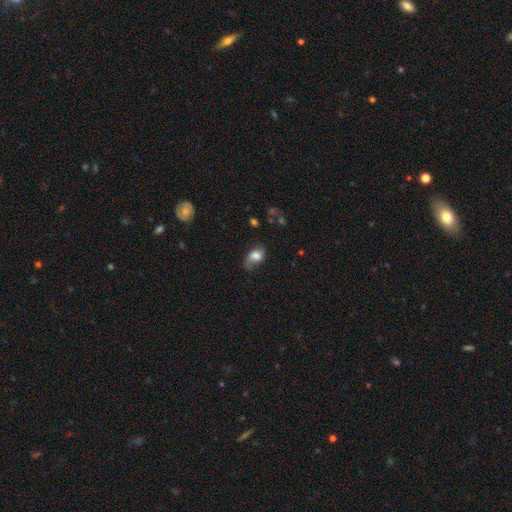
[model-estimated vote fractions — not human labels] This appears to be a smooth galaxy with no disk features (62%) that is in between round and cigar-shaped (80%). Merging: none (44%).